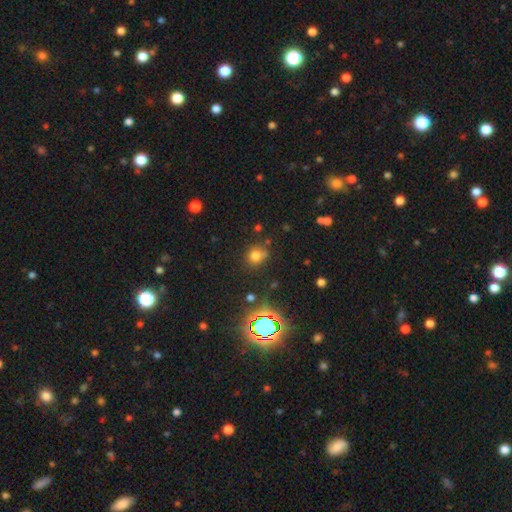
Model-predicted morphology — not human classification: This appears to be a smooth galaxy with no disk features (70%) that is round (75%). Merging: none (69%).